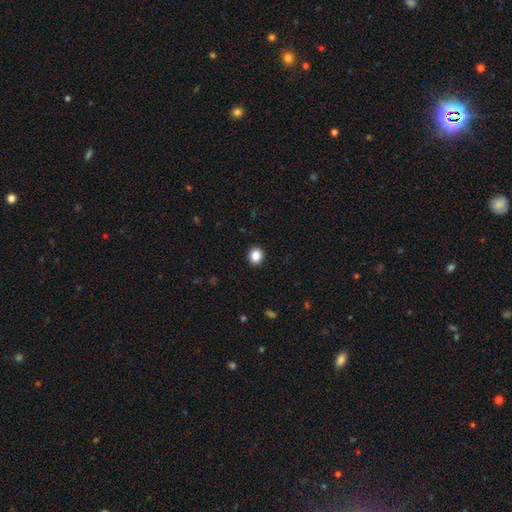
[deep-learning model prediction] smooth_or_featured: smooth (p=0.88) [alt: star or artifact p=0.10]
how_rounded: round (p=0.80) [alt: in between p=0.19]
merging: none (p=0.92) [alt: minor disturbance p=0.06]